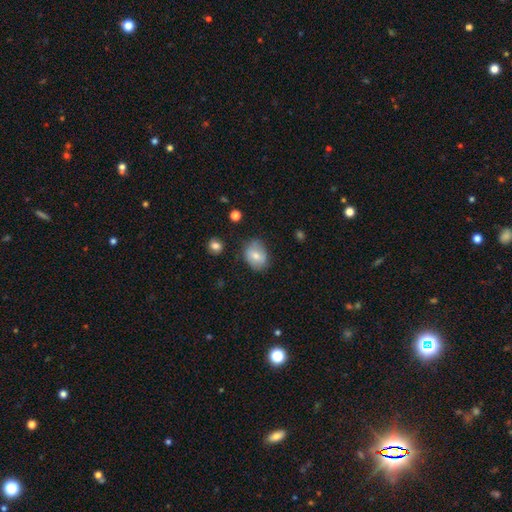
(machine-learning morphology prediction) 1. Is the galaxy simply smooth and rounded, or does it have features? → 71% smooth, 21% featured or disk, 8% star or artifact.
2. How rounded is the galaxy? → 60% in between, 39% round, 1% cigar-shaped.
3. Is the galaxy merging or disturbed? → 69% none, 23% minor disturbance, 6% major disturbance, 2% merger.